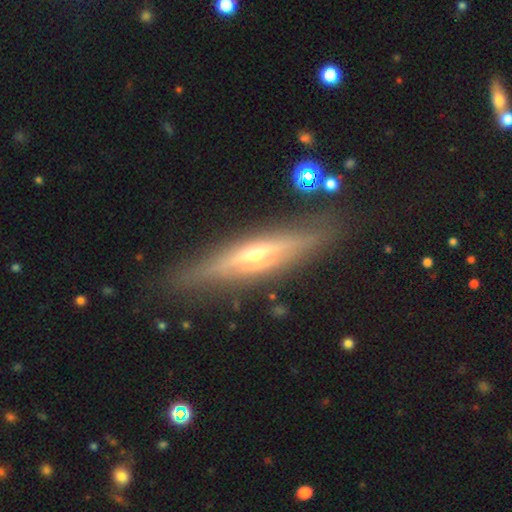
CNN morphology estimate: Smooth or featured?
  - featured or disk: 76% *
  - smooth: 17%
  - star or artifact: 7%
Edge-on disk?
  - yes: 93% *
  - no: 7%
Edge-on bulge?
  - rounded: 79% *
  - none: 14%
  - boxy: 7%
Merging?
  - none: 85% *
  - minor disturbance: 11%
  - major disturbance: 3%
  - merger: 2%